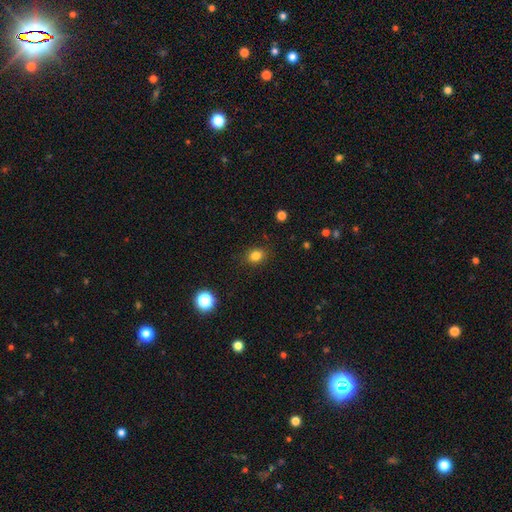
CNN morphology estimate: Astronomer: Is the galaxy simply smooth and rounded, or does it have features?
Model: smooth — 82%.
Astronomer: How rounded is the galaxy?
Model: round — 53% (runner-up: in between, 46%).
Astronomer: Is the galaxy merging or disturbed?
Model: none — 87%.